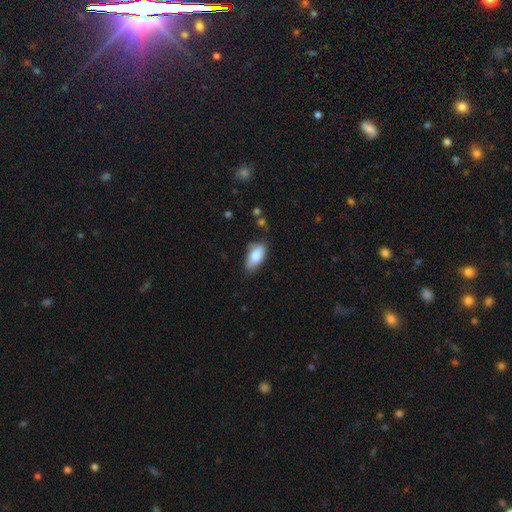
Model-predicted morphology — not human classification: Q: Smooth or featured?
A: smooth (80%); runner-up: featured or disk (14%)
Q: How rounded?
A: in between (89%); runner-up: cigar-shaped (8%)
Q: Merging?
A: none (71%); runner-up: minor disturbance (22%)